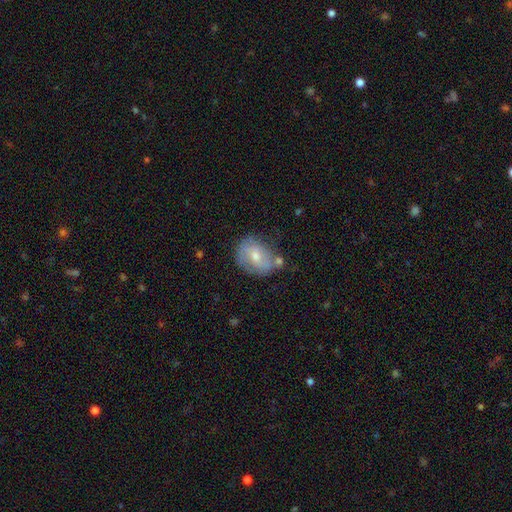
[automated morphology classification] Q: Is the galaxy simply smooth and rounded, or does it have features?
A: smooth — 47%.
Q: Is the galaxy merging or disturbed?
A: none — 57%.